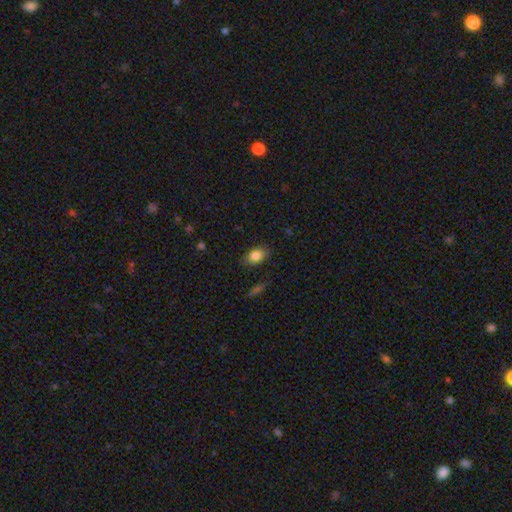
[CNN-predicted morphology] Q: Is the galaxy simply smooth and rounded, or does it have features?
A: smooth — 83%.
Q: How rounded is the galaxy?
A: in between — 81%.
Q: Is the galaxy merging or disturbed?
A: none — 82%.